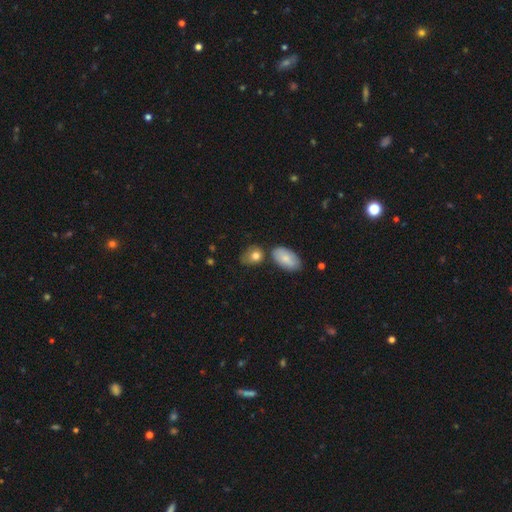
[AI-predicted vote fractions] Smooth or featured?
  - smooth: 80% *
  - featured or disk: 12%
  - star or artifact: 8%
How rounded?
  - in between: 61% *
  - round: 37%
  - cigar-shaped: 2%
Merging?
  - none: 55% *
  - minor disturbance: 24%
  - merger: 14%
  - major disturbance: 7%